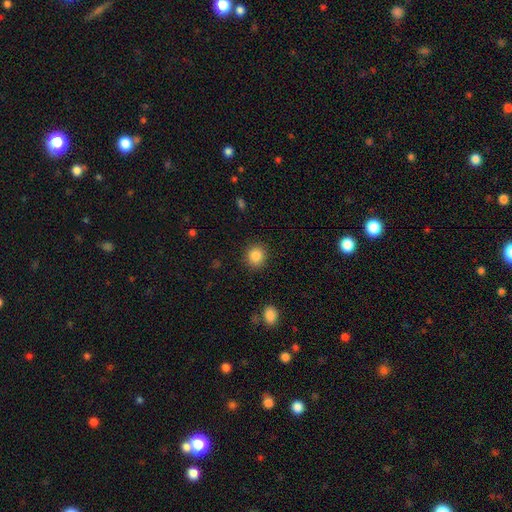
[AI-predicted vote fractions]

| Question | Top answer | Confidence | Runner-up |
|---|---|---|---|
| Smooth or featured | smooth | 86% | star or artifact (10%) |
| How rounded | round | 84% | in between (15%) |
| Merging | none | 90% | minor disturbance (6%) |